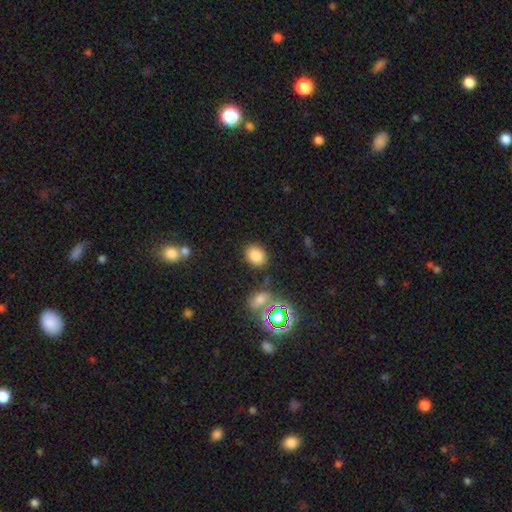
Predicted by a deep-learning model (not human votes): Overall: smooth (81%). How rounded: in between (58%; round 41%). Merging: none (81%).